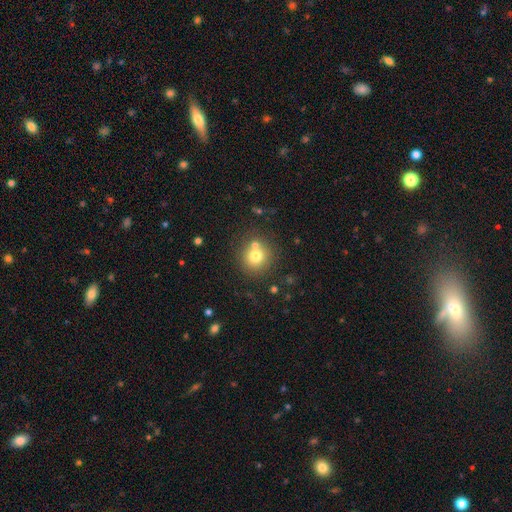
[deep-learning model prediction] A smooth galaxy with no disk features (73%) that is round (90%). Merging: none (68%).